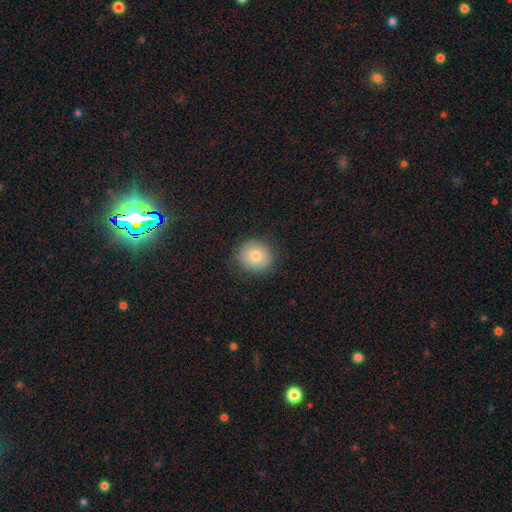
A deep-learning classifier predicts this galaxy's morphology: smooth_or_featured: smooth (p=0.77) [alt: featured or disk p=0.14]
how_rounded: round (p=0.88) [alt: in between p=0.11]
merging: none (p=0.84) [alt: minor disturbance p=0.12]